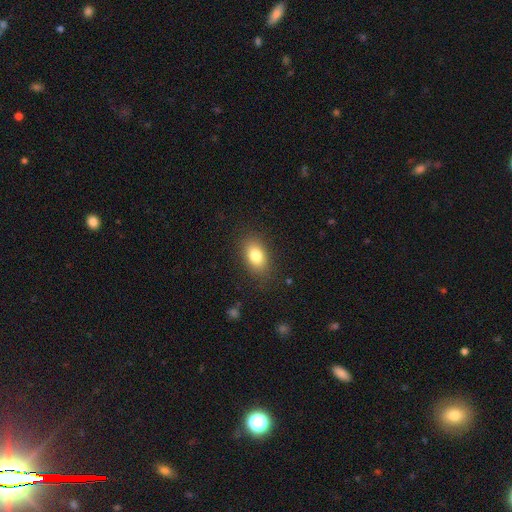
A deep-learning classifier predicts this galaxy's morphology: smooth_or_featured: smooth (p=0.80) [alt: featured or disk p=0.11]
how_rounded: in between (p=0.84) [alt: round p=0.13]
merging: none (p=0.85) [alt: minor disturbance p=0.11]